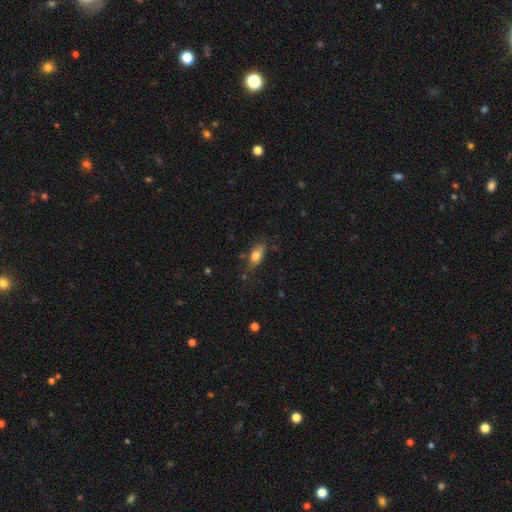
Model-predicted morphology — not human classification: Smooth or featured: smooth — 75% (featured or disk — 17%)
How rounded: in between — 80% (cigar-shaped — 14%)
Merging: none — 65% (minor disturbance — 25%)